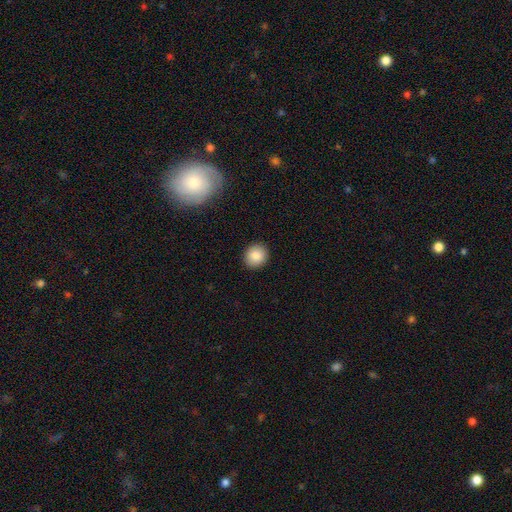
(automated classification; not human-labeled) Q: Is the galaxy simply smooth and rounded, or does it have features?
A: smooth — 87%.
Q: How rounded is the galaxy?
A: round — 76%.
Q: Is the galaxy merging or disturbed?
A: none — 91%.